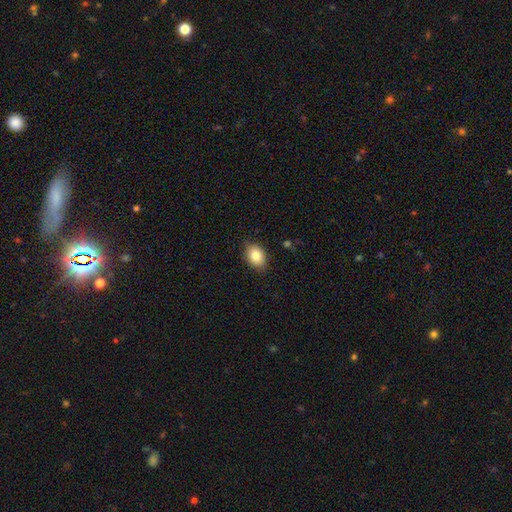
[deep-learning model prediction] Overall: smooth (84%). How rounded: in between (75%). Merging: none (84%).